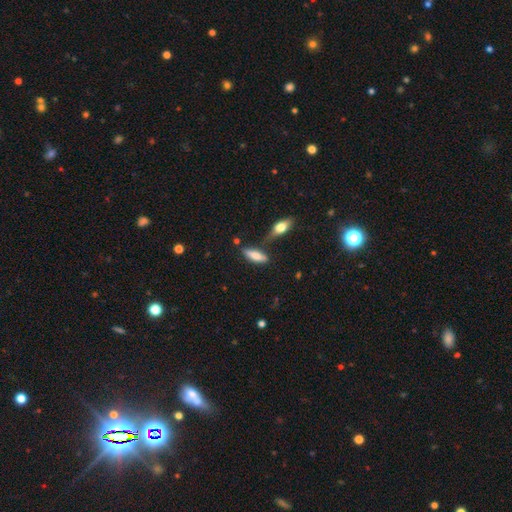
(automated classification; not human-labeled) smooth 72%, featured or disk 21%, star or artifact 8%. Down the decision tree: how rounded — in between (51%); merging — none (64%).